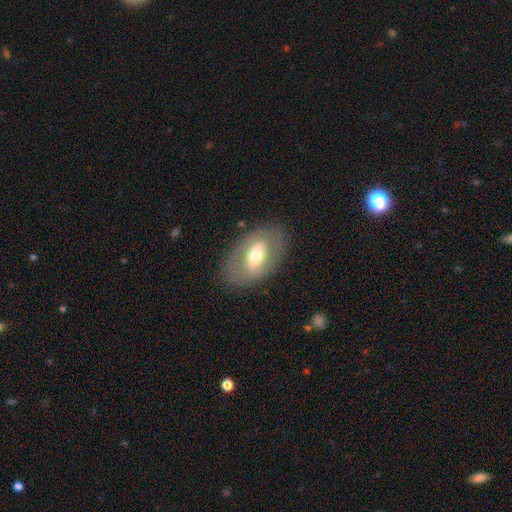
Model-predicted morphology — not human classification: Smooth or featured? Predicted: featured or disk (p=0.54). Edge-on disk? Predicted: no (p=0.88). Merging? Predicted: none (p=0.80).